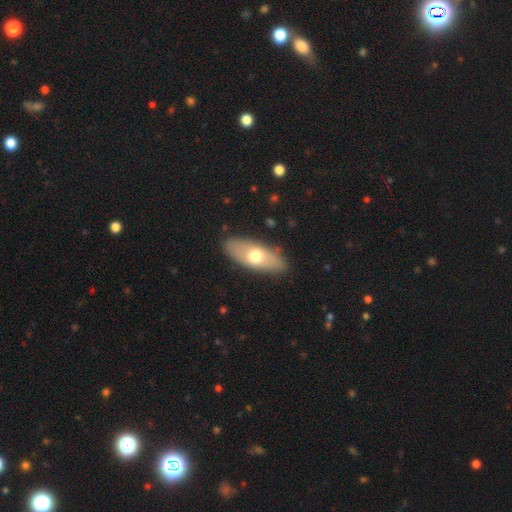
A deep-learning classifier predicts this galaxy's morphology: Overall: smooth (59%; featured or disk 35%). How rounded: in between (80%). Merging: none (85%).